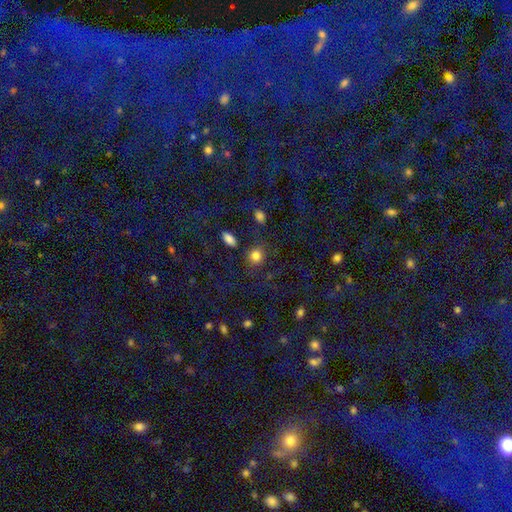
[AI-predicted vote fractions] Smooth or featured? smooth (81%)
How rounded? round (82%)
Merging? none (77%)